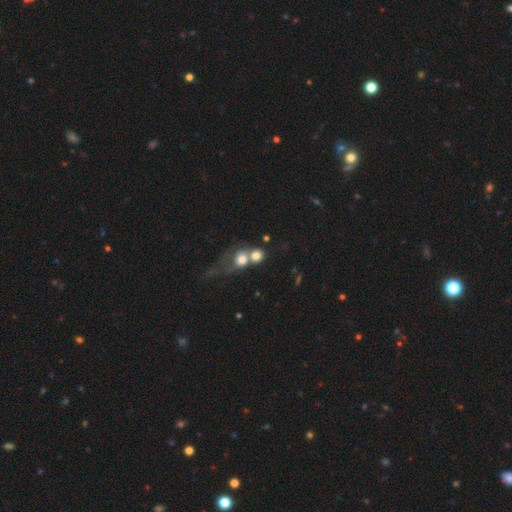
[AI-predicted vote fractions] Smooth or featured: smooth — 71% (featured or disk — 17%)
How rounded: round — 78% (in between — 21%)
Merging: merger — 62% (none — 23%)